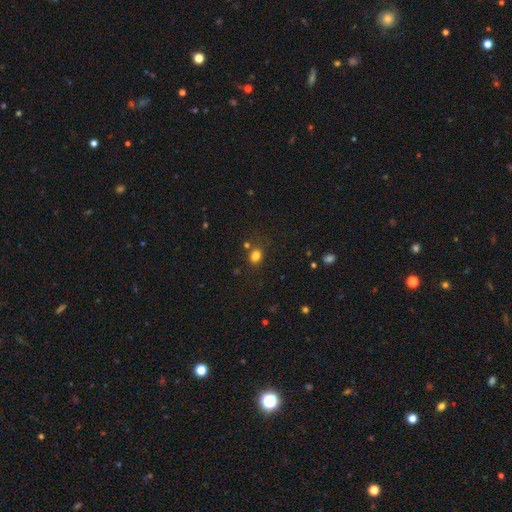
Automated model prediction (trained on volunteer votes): A smooth galaxy with no disk features (79%) that is round (50%).

Vote fractions:
- Smooth or featured? smooth: 79% / star or artifact: 16% / featured or disk: 5%
- How rounded? round: 50% / in between: 49% / cigar-shaped: 1%
- Merging? none: 72% / minor disturbance: 12% / merger: 10% / major disturbance: 5%